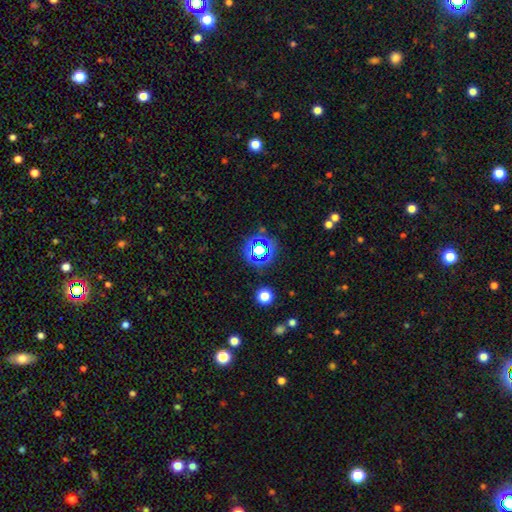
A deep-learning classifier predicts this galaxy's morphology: star or artifact 72%, smooth 20%, featured or disk 8%.